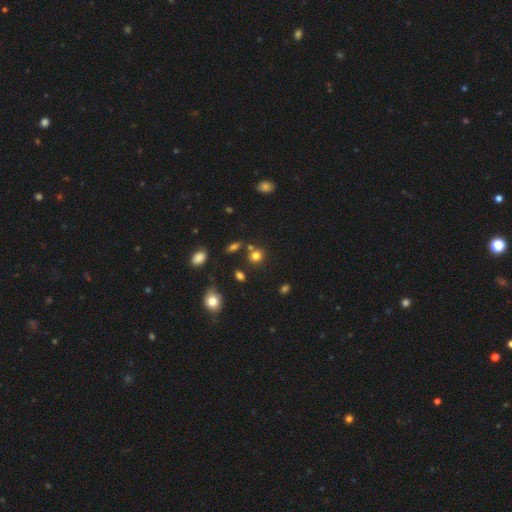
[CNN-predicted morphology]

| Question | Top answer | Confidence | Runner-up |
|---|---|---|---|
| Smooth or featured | smooth | 77% | star or artifact (16%) |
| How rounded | round | 81% | in between (18%) |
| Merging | none | 70% | merger (16%) |